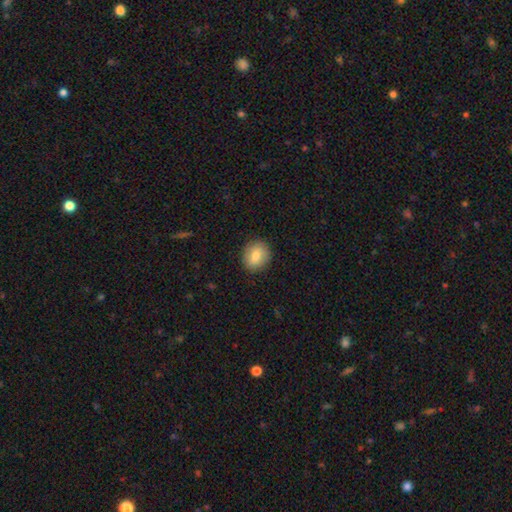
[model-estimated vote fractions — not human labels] Smooth or featured?
  - smooth: 78% *
  - featured or disk: 14%
  - star or artifact: 8%
How rounded?
  - round: 70% *
  - in between: 29%
  - cigar-shaped: 1%
Merging?
  - none: 88% *
  - minor disturbance: 9%
  - major disturbance: 2%
  - merger: 1%